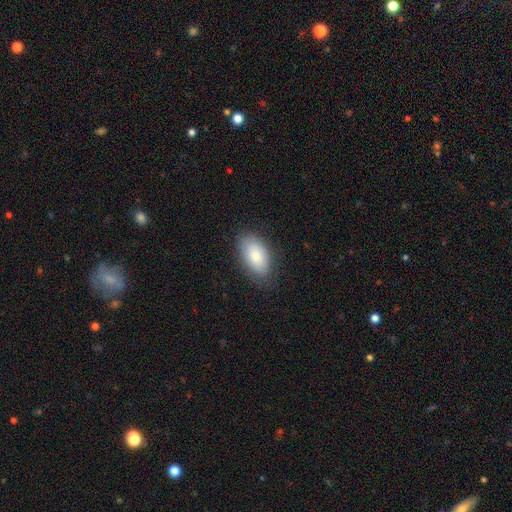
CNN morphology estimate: A smooth galaxy with no disk features (79%) that is in between round and cigar-shaped (94%).

Vote fractions:
- Smooth or featured? smooth: 79% / featured or disk: 15% / star or artifact: 6%
- How rounded? in between: 94% / round: 4% / cigar-shaped: 2%
- Merging? none: 80% / minor disturbance: 15% / major disturbance: 4% / merger: 1%